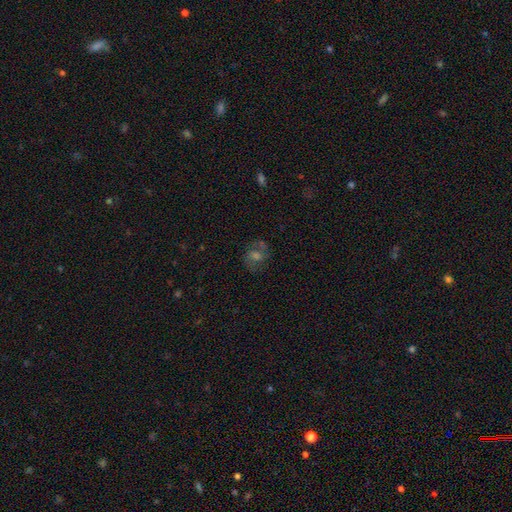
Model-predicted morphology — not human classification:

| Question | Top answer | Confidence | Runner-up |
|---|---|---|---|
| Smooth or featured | featured or disk | 47% | smooth (33%) |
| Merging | none | 72% | minor disturbance (15%) |